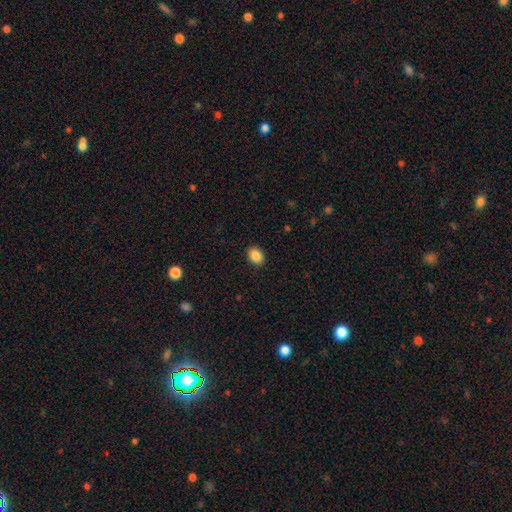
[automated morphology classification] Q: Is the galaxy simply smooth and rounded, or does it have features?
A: smooth — 88%.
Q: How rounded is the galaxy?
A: in between — 65%.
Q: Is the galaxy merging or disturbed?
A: none — 90%.